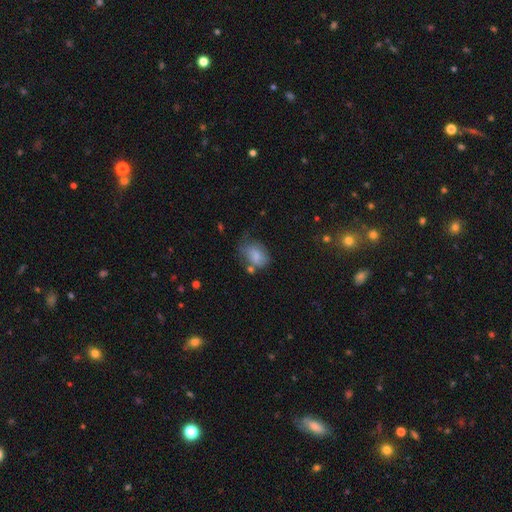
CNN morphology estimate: Smooth or featured: smooth — 75% (featured or disk — 16%)
How rounded: in between — 73% (round — 26%)
Merging: none — 41% (minor disturbance — 32%)